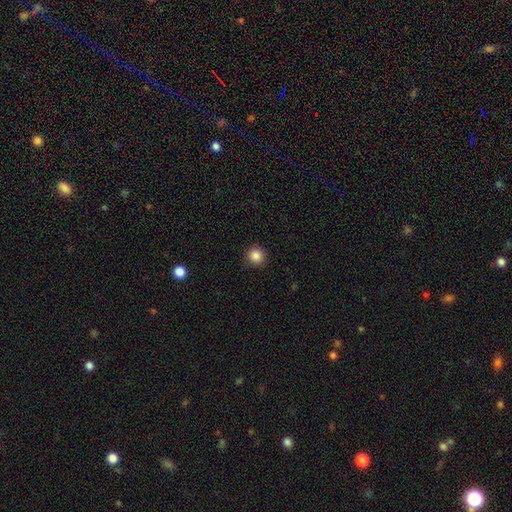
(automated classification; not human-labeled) Smooth or featured? Predicted: smooth (p=0.86). How rounded? Predicted: round (p=0.95). Merging? Predicted: none (p=0.92).